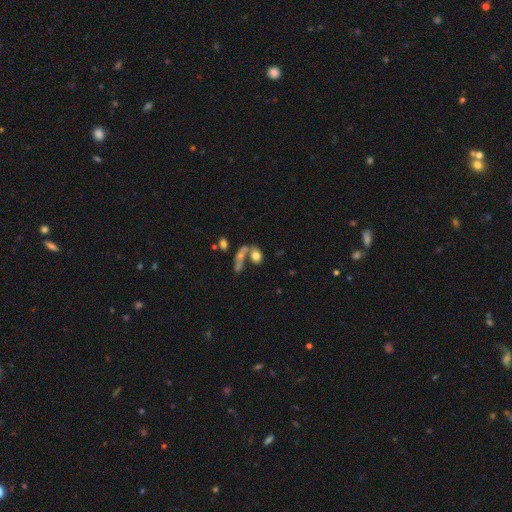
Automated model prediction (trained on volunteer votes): A smooth galaxy with no disk features (67%) that is in between round and cigar-shaped (60%).

Vote fractions:
- Smooth or featured? smooth: 67% / featured or disk: 21% / star or artifact: 12%
- How rounded? in between: 60% / round: 35% / cigar-shaped: 6%
- Merging? merger: 46% / none: 33% / major disturbance: 11% / minor disturbance: 10%